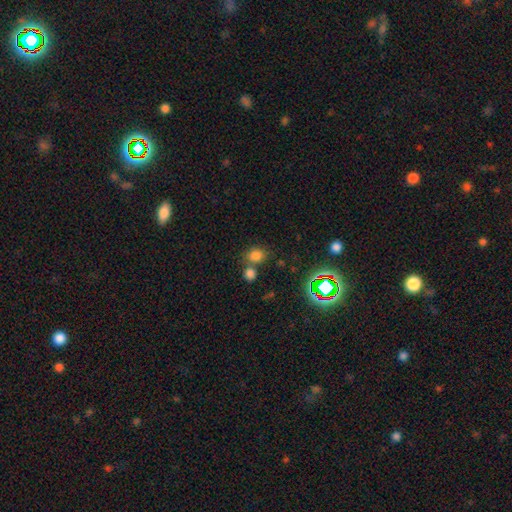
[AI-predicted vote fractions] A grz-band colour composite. It shows a smooth galaxy with no disk features (76%) that is round (65%). Merging: none (58%).